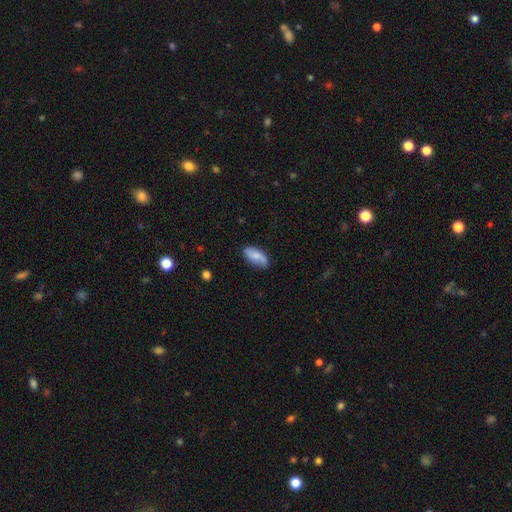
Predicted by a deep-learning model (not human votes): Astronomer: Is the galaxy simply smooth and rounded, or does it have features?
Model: smooth — 69%.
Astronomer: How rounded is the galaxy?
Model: in between — 87%.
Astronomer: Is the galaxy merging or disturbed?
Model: none — 76%.